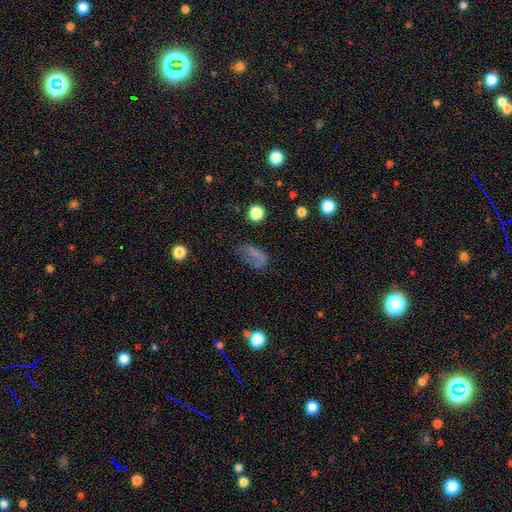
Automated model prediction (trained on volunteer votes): Q: Smooth or featured?
A: smooth (57%); runner-up: featured or disk (25%)
Q: How rounded?
A: in between (81%); runner-up: round (11%)
Q: Merging?
A: none (39%); runner-up: major disturbance (33%)